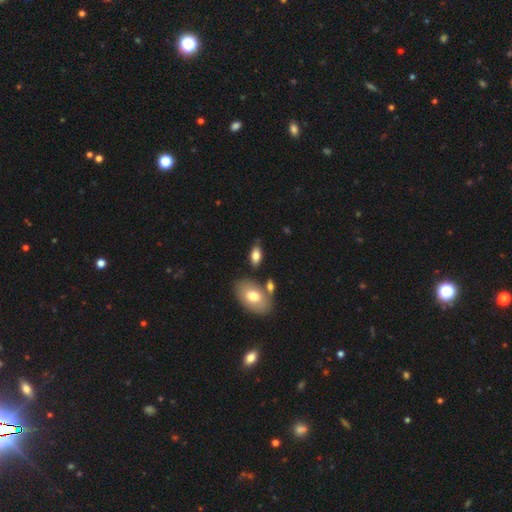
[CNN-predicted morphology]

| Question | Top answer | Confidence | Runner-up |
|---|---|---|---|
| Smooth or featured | smooth | 76% | featured or disk (17%) |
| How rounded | in between | 90% | cigar-shaped (5%) |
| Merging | none | 74% | minor disturbance (15%) |